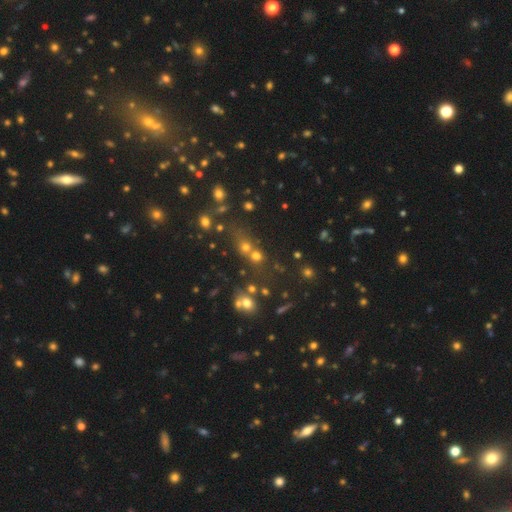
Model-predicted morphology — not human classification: Smooth or featured? smooth (55%)
How rounded? round (79%)
Merging? none (48%)